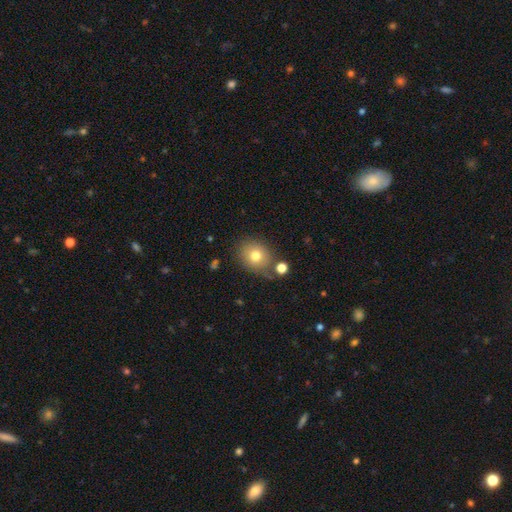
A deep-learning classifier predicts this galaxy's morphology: Smooth or featured? smooth (75%)
How rounded? round (68%)
Merging? none (68%)